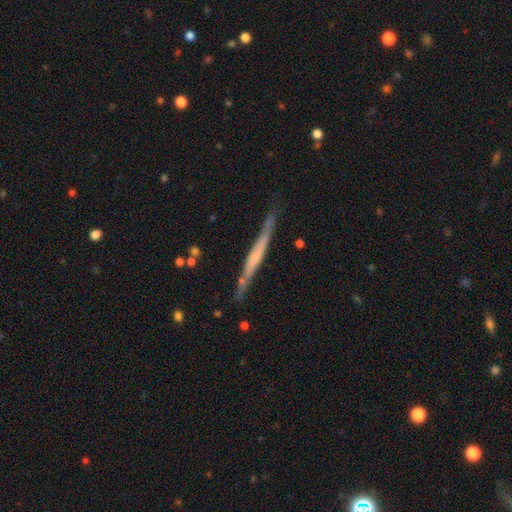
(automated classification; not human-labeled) A featured or disk galaxy (60%) viewed edge-on (96%) with no central bulge (59%).

Vote fractions:
- Smooth or featured? featured or disk: 60% / smooth: 34% / star or artifact: 6%
- Edge-on disk? yes: 96% / no: 4%
- Edge-on bulge? none: 59% / rounded: 22% / boxy: 19%
- Merging? none: 80% / minor disturbance: 15% / major disturbance: 3% / merger: 3%